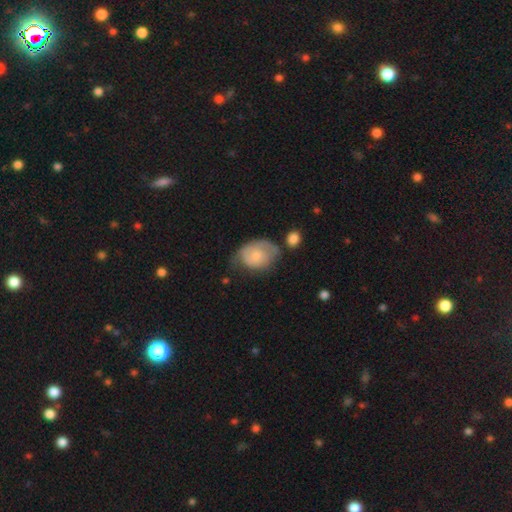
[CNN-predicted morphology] This is possibly a smooth galaxy (57%). How rounded: likely in between (64%). Merging: marginally minor disturbance (37%, tied with none).